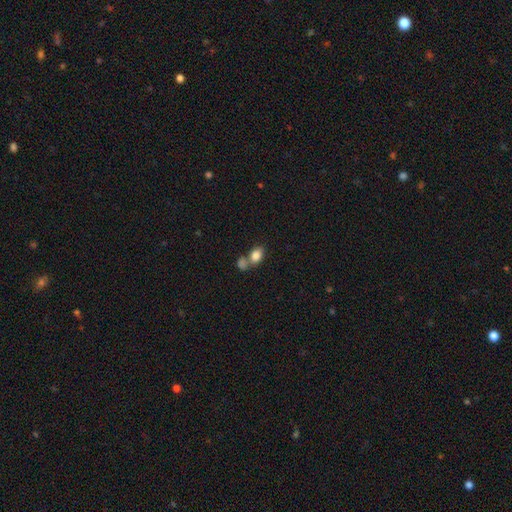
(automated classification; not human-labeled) Smooth or featured? Predicted: smooth (p=0.83). How rounded? Predicted: in between (p=0.76). Merging? Predicted: merger (p=0.45).